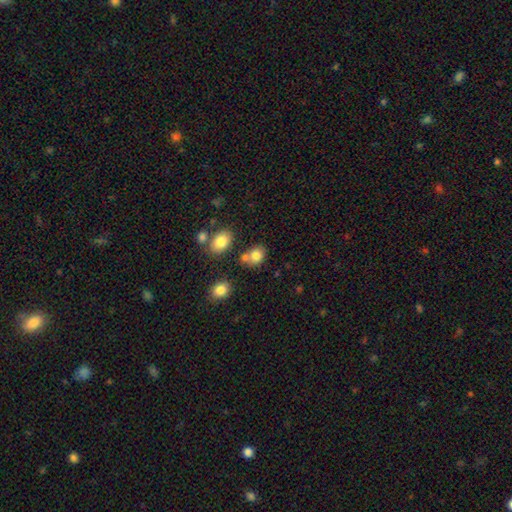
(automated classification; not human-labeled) Morphology: type=smooth (80%); roundness=in between (56%); merging=none (54%).